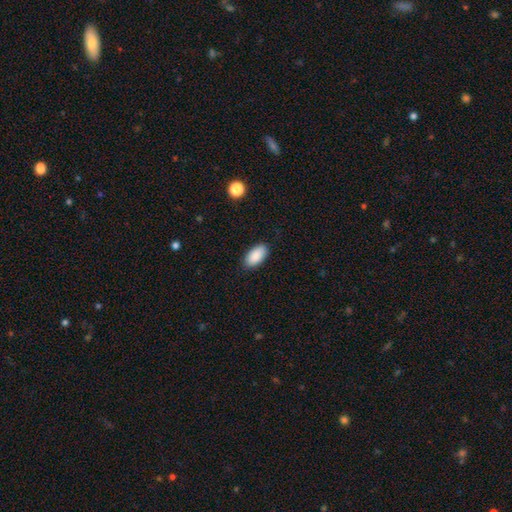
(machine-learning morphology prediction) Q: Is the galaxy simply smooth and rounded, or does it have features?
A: smooth — 89%.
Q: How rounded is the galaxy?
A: in between — 95%.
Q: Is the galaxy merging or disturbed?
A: none — 88%.